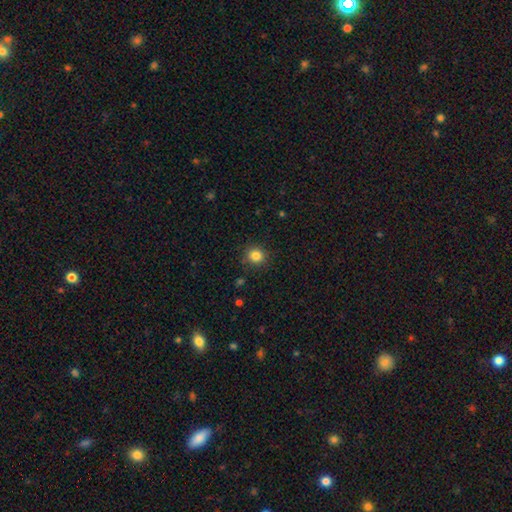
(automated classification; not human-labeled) Smooth or featured? Predicted: smooth (p=0.83). How rounded? Predicted: round (p=0.89). Merging? Predicted: none (p=0.88).